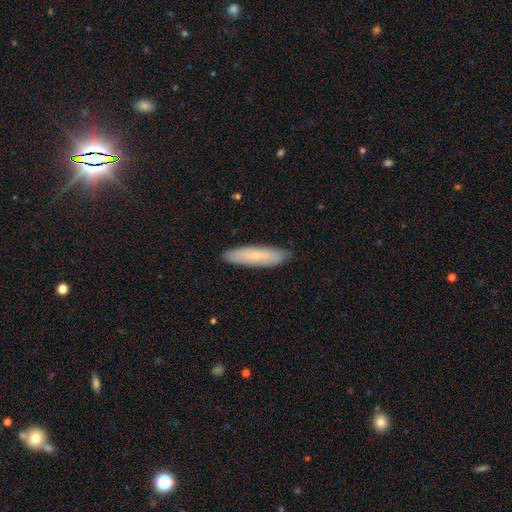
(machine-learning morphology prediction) A smooth galaxy with no disk features (64%) that is cigar-shaped (73%). Merging: none (87%).